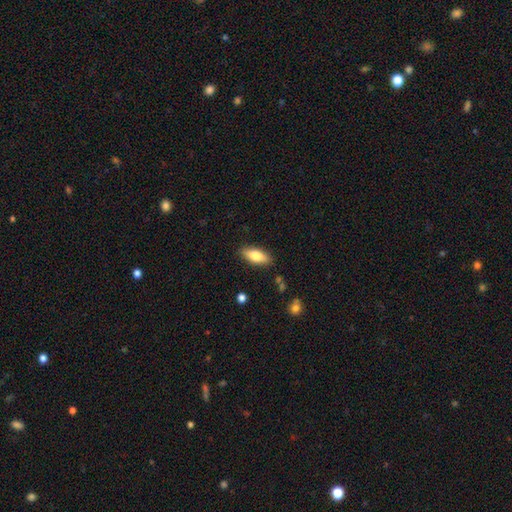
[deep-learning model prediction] Smooth or featured? smooth (75%)
How rounded? in between (77%)
Merging? none (86%)